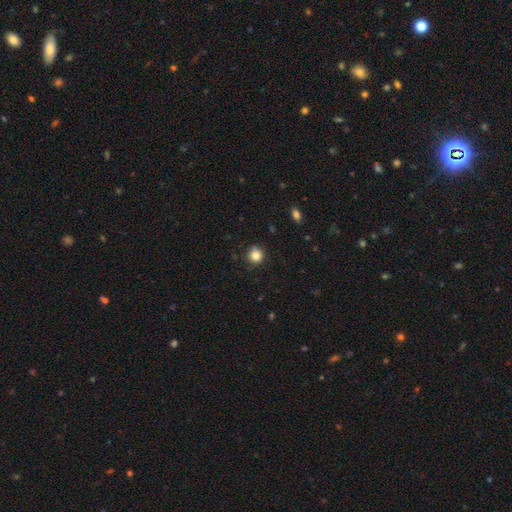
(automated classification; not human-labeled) A smooth galaxy with no disk features (82%) that is round (90%).

Vote fractions:
- Smooth or featured? smooth: 82% / star or artifact: 11% / featured or disk: 6%
- How rounded? round: 90% / in between: 9% / cigar-shaped: 1%
- Merging? none: 80% / minor disturbance: 16% / major disturbance: 3% / merger: 1%